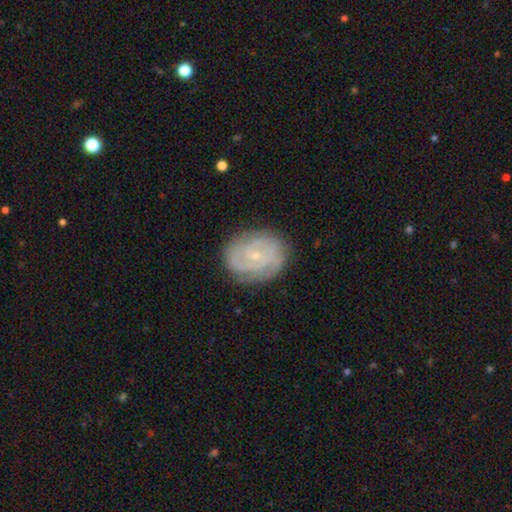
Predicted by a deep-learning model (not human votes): Smooth or featured?
  - featured or disk: 79% *
  - smooth: 14%
  - star or artifact: 7%
Edge-on disk?
  - no: 97% *
  - yes: 3%
Bar?
  - no: 67% *
  - weak: 28%
  - strong: 5%
Spiral arms?
  - yes: 95% *
  - no: 5%
Spiral winding?
  - tight: 72% *
  - medium: 23%
  - loose: 5%
Spiral arm count?
  - can't tell: 28% * (tied)
  - 2: 28% * (tied)
  - 3: 21%
  - 4: 12%
  - more than 4: 6%
  - 1: 6%
Bulge size?
  - small: 80% *
  - moderate: 15%
  - none: 3%
  - large: 1%
  - dominant: 1%
Merging?
  - none: 82% *
  - minor disturbance: 13%
  - major disturbance: 4%
  - merger: 1%